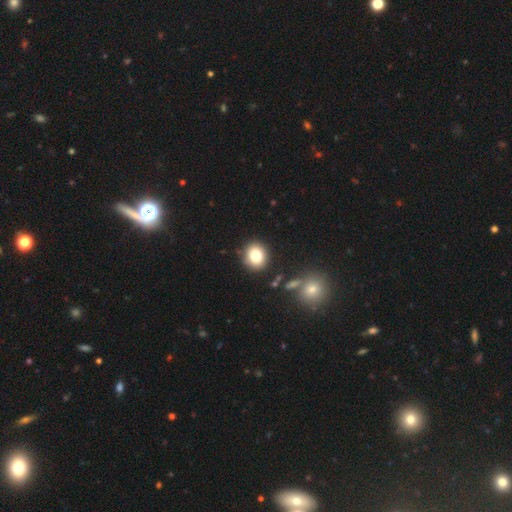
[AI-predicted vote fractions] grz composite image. It shows a smooth galaxy with no disk features (80%) that is round (74%). Merging: none (86%).